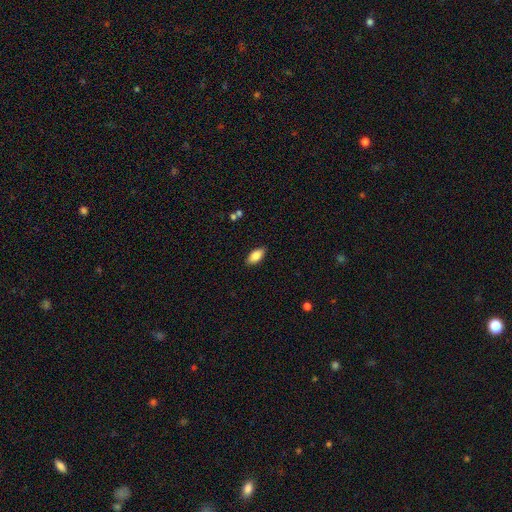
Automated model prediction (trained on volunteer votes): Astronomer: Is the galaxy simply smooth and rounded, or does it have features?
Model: smooth — 85%.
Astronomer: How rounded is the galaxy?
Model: in between — 90%.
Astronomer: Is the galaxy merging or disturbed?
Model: none — 87%.